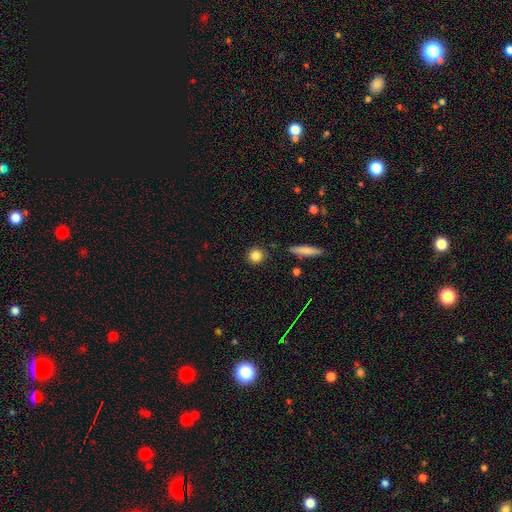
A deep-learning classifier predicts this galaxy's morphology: smooth 84%, star or artifact 10%, featured or disk 7%. Down the decision tree: how rounded — round (91%); merging — none (87%).